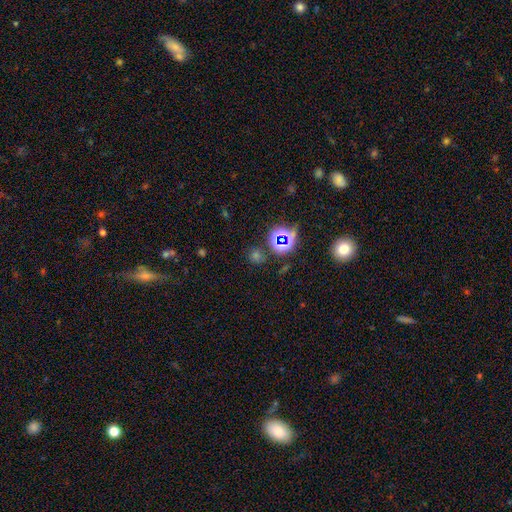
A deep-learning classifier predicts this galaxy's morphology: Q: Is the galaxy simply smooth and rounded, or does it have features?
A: star or artifact — 59%.